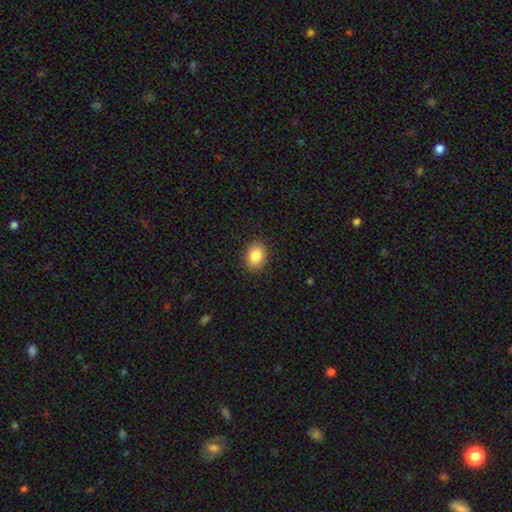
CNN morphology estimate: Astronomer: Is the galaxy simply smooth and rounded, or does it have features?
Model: smooth — 85%.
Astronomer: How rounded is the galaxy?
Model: in between — 59% (runner-up: round, 40%).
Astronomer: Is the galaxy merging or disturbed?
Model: none — 89%.